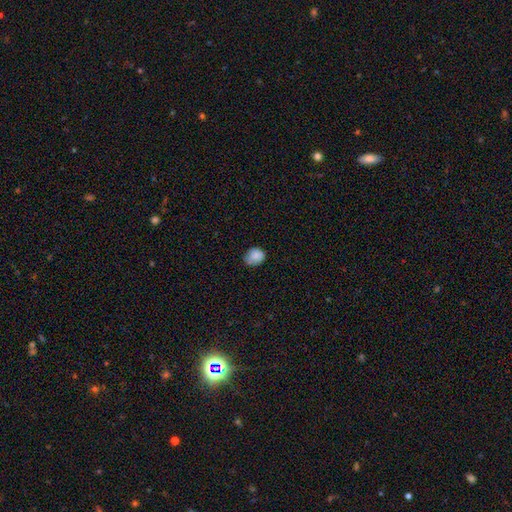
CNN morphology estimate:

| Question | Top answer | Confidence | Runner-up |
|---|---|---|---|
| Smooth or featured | smooth | 85% | star or artifact (9%) |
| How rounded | round | 63% | in between (36%) |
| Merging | none | 69% | minor disturbance (26%) |